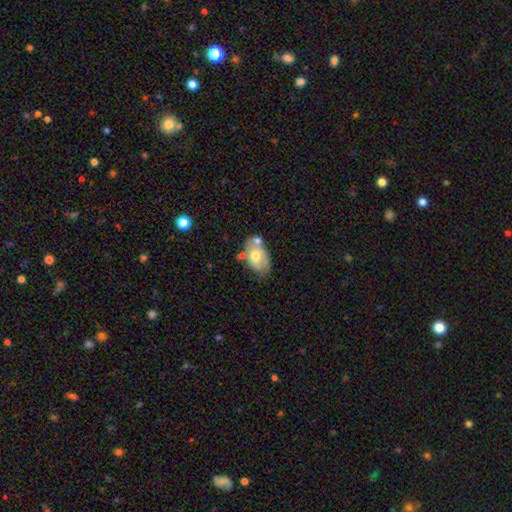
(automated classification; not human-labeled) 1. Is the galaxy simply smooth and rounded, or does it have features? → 61% smooth, 32% featured or disk, 7% star or artifact.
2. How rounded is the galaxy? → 89% in between, 10% round, 1% cigar-shaped.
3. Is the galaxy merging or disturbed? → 49% none, 23% minor disturbance, 21% merger, 7% major disturbance.